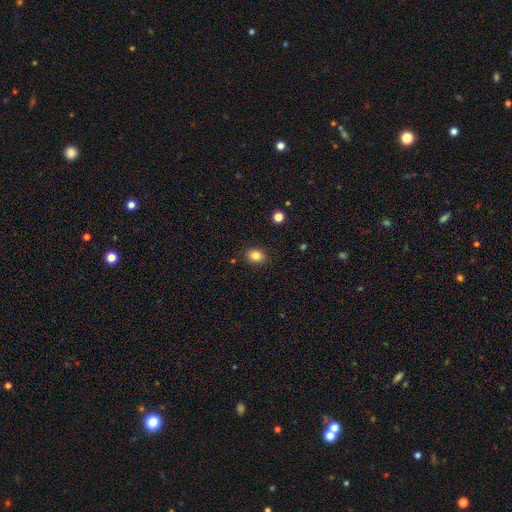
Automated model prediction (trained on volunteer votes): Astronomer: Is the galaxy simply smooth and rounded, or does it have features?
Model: smooth — 84%.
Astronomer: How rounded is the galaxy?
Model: in between — 54% (runner-up: round, 45%).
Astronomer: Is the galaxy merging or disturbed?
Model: none — 87%.